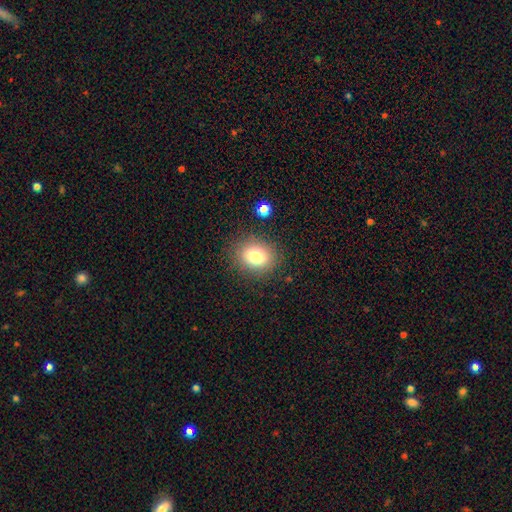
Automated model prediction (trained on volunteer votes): This appears to be a smooth galaxy with no disk features (79%) that is round (55%). Merging: none (84%).